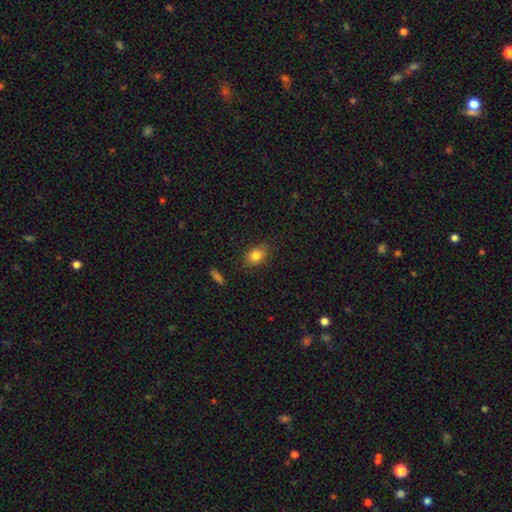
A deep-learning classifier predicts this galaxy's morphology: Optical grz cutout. It shows a smooth galaxy with no disk features (82%) that is in between round and cigar-shaped (71%). Merging: none (83%).